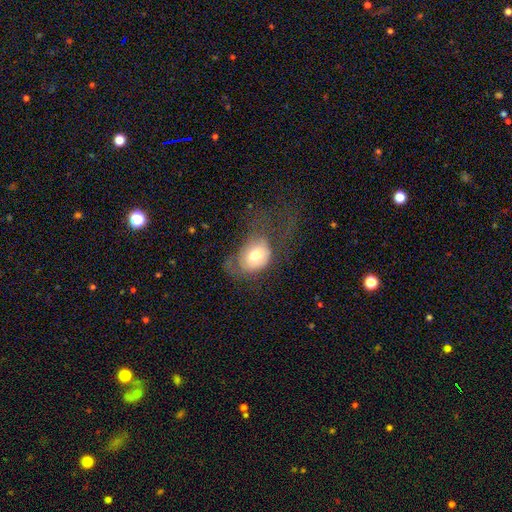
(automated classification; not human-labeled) Smooth or featured? Predicted: smooth (p=0.68). How rounded? Predicted: in between (p=0.66). Merging? Predicted: major disturbance (p=0.46).